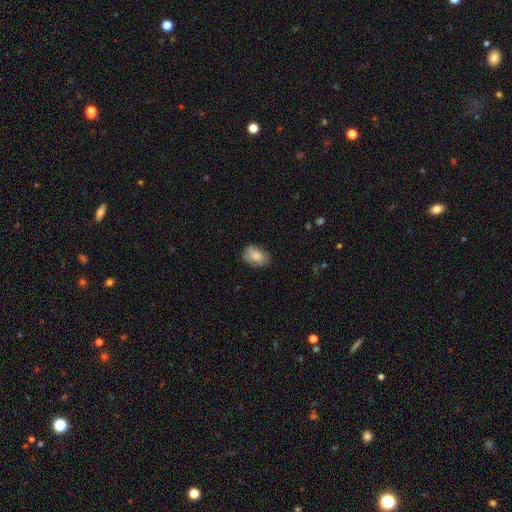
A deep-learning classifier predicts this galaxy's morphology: Smooth or featured?
  - smooth: 81% *
  - featured or disk: 12%
  - star or artifact: 7%
How rounded?
  - in between: 85% *
  - round: 14%
  - cigar-shaped: 1%
Merging?
  - none: 75% *
  - minor disturbance: 20%
  - major disturbance: 4%
  - merger: 1%